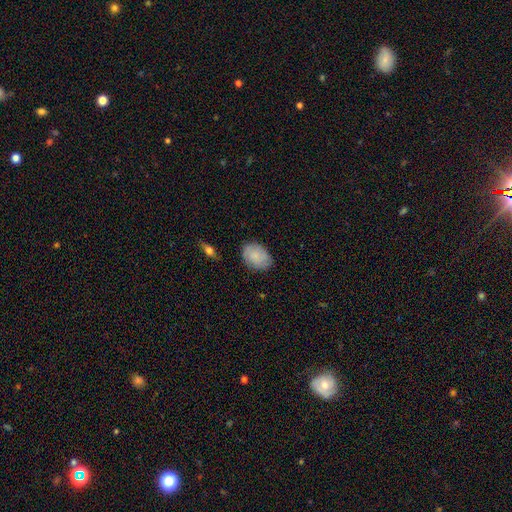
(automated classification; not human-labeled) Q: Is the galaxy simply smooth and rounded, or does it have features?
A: smooth — 76%.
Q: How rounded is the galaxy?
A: in between — 78%.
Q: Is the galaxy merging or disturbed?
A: none — 78%.